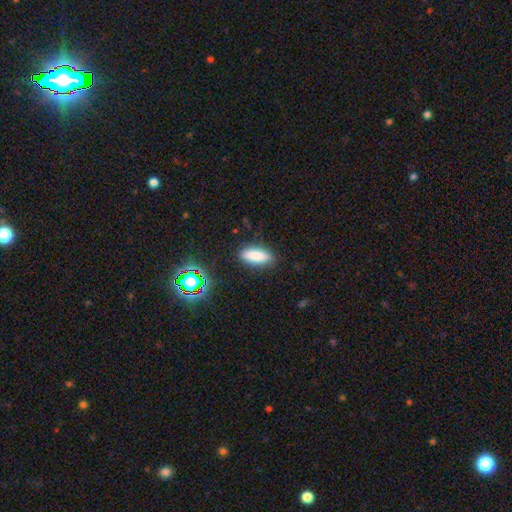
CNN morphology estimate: Overall: smooth (84%). How rounded: in between (73%). Merging: none (85%).